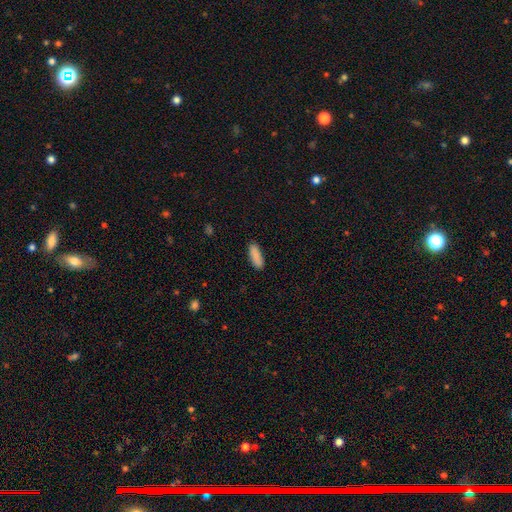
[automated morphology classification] smooth-or-featured: smooth: 89% | star or artifact: 7% | featured or disk: 4%
  how-rounded: in between: 59% | cigar-shaped: 39% | round: 2%
  merging: none: 87% | minor disturbance: 9% | major disturbance: 2% | merger: 1%